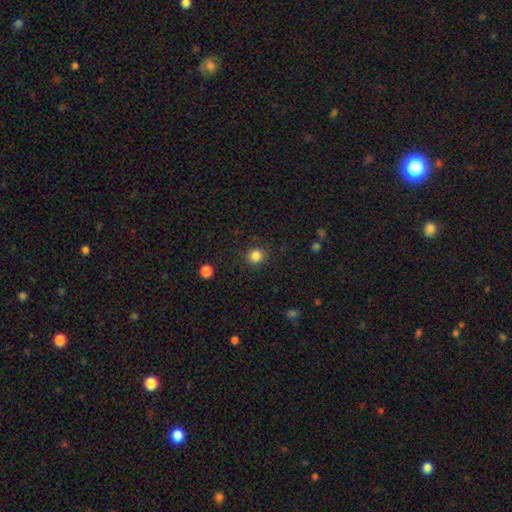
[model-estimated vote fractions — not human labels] Smooth or featured? smooth (84%)
How rounded? round (87%)
Merging? none (88%)